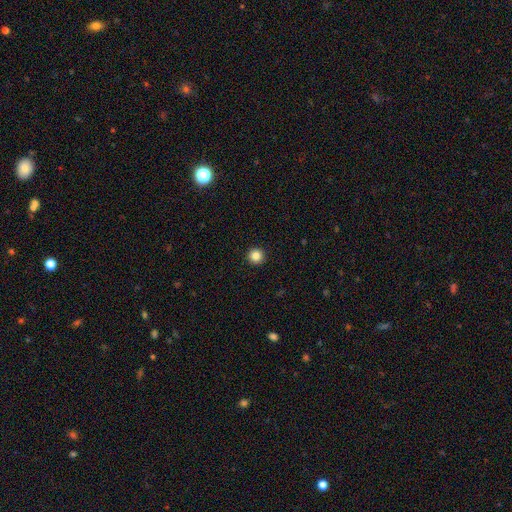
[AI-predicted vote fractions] Smooth or featured? Predicted: smooth (p=0.86). How rounded? Predicted: round (p=0.96). Merging? Predicted: none (p=0.94).